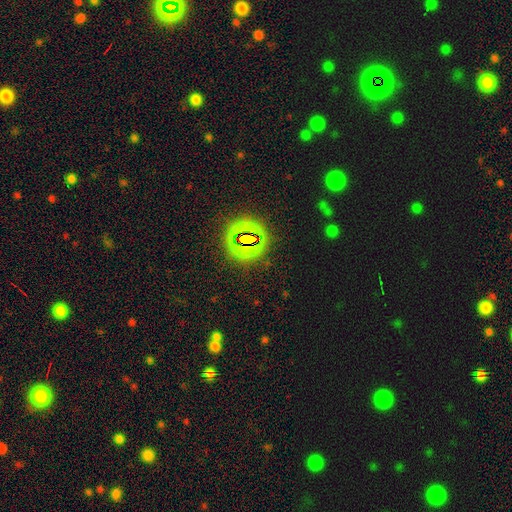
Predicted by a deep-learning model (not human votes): Q: Smooth or featured?
A: star or artifact (64%); runner-up: smooth (22%)